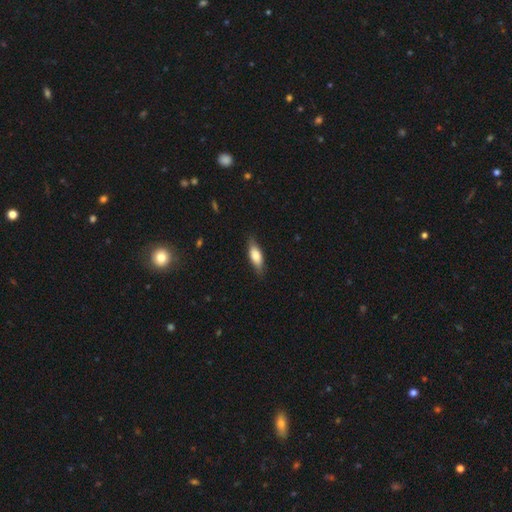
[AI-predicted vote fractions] Smooth or featured? Predicted: smooth (p=0.73). How rounded? Predicted: in between (p=0.67). Merging? Predicted: none (p=0.80).